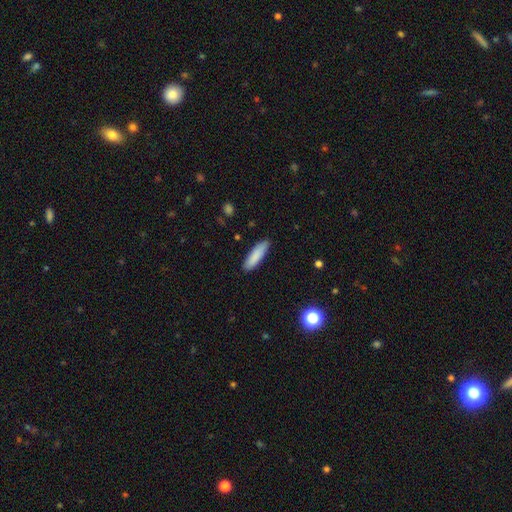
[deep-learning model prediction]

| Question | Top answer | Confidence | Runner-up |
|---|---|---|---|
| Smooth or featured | smooth | 87% | featured or disk (7%) |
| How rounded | cigar-shaped | 63% | in between (36%) |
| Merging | none | 87% | minor disturbance (10%) |